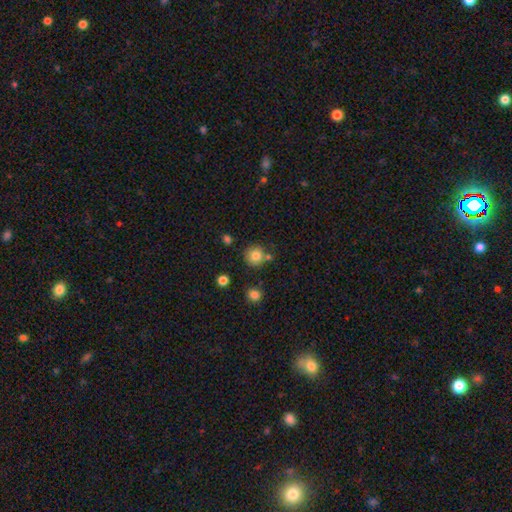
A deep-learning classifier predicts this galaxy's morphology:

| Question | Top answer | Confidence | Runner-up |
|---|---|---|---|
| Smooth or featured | smooth | 81% | star or artifact (11%) |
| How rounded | round | 92% | in between (7%) |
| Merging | none | 75% | merger (12%) |